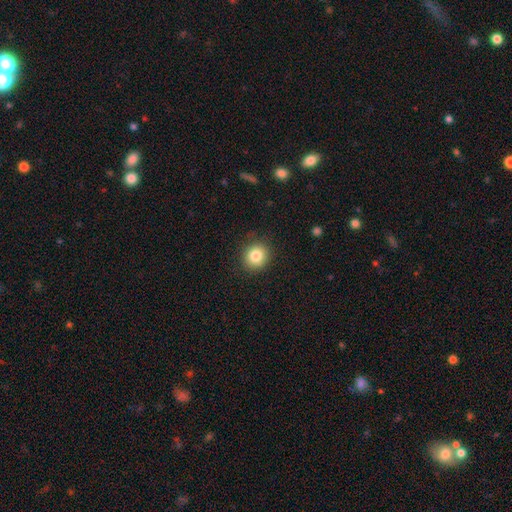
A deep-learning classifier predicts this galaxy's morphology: This appears to be a smooth galaxy with no disk features (84%) that is round (83%). Merging: none (88%).